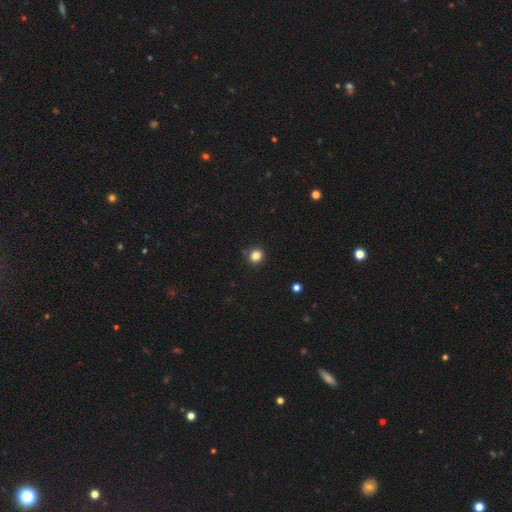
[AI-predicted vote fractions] The model was most divided on "smooth or featured": smooth: 82%, star or artifact: 13%, featured or disk: 5%. More confident: merging — none (89%); how rounded — round (88%).